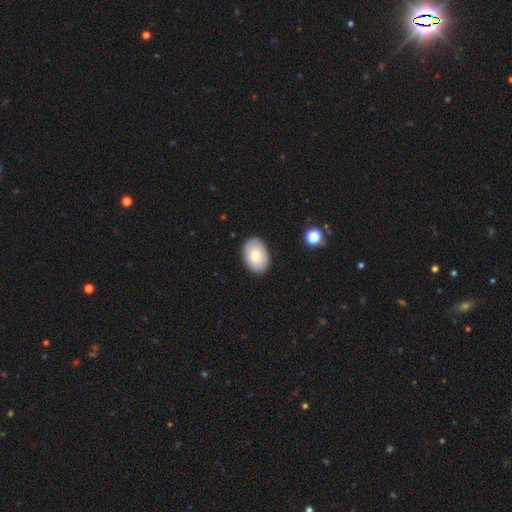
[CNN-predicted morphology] Overall: smooth (78%). How rounded: in between (84%). Merging: none (88%).